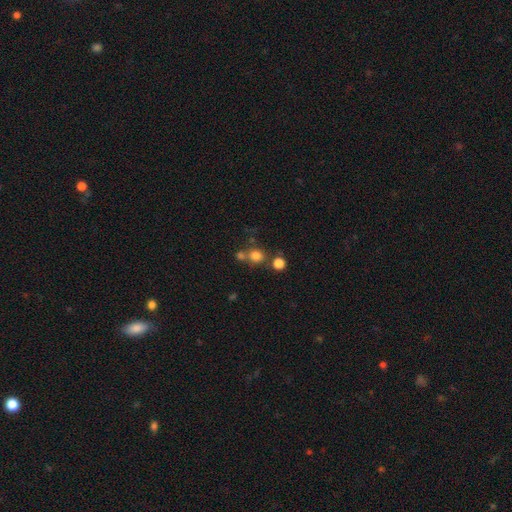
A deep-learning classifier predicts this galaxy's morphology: Smooth or featured? smooth (75%)
How rounded? round (87%)
Merging? none (63%)